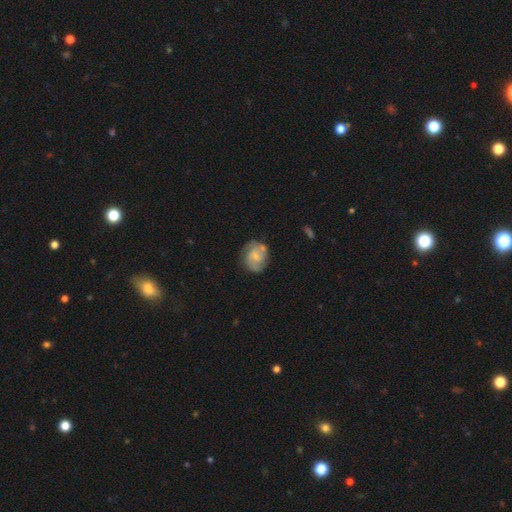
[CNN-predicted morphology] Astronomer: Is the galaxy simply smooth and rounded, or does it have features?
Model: featured or disk — 60%.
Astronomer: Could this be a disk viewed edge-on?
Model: no — 98%.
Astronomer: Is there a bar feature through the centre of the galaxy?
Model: no — 57% (runner-up: weak, 37%).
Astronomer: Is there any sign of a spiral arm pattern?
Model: yes — 82%.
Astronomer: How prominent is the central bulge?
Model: small — 56%.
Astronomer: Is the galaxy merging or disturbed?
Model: none — 62%.